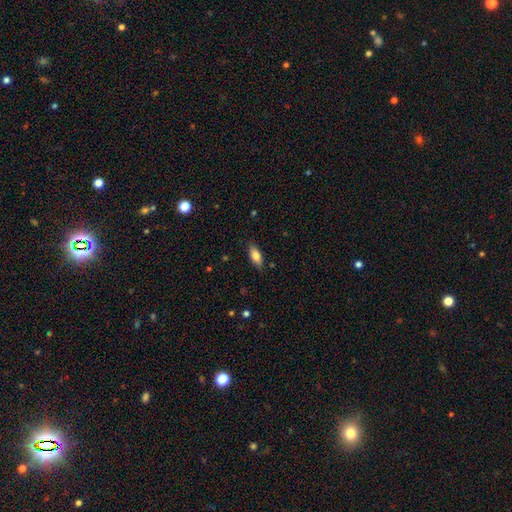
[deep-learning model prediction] Smooth or featured? Predicted: smooth (p=0.78). How rounded? Predicted: in between (p=0.79). Merging? Predicted: none (p=0.85).